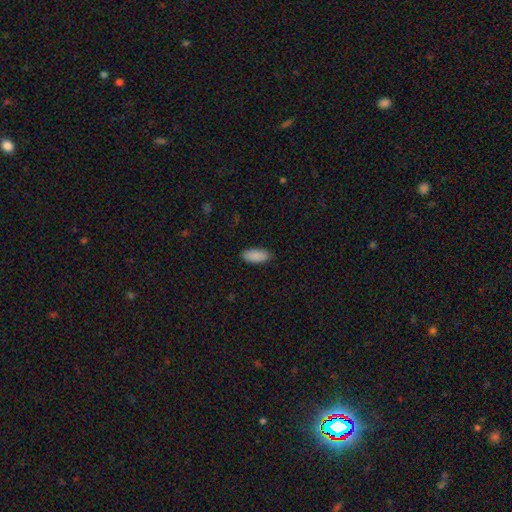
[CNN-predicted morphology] A smooth galaxy with no disk features (90%) that is in between round and cigar-shaped (90%). Merging: none (88%).